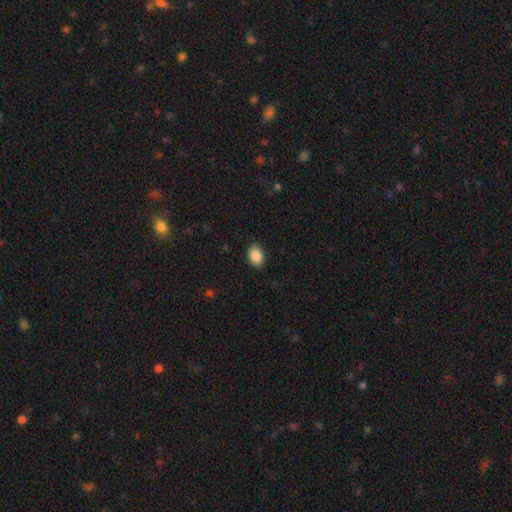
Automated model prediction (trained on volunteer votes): A smooth galaxy with no disk features (89%) that is in between round and cigar-shaped (69%). Merging: none (88%).